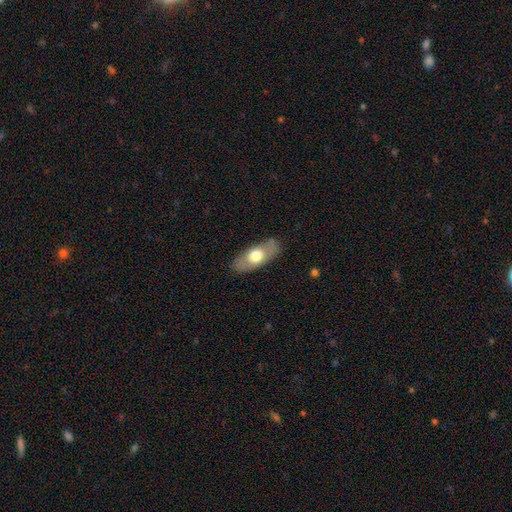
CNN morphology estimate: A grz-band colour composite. It shows a smooth galaxy with no disk features (59%) that is in between round and cigar-shaped (80%). Merging: none (81%).